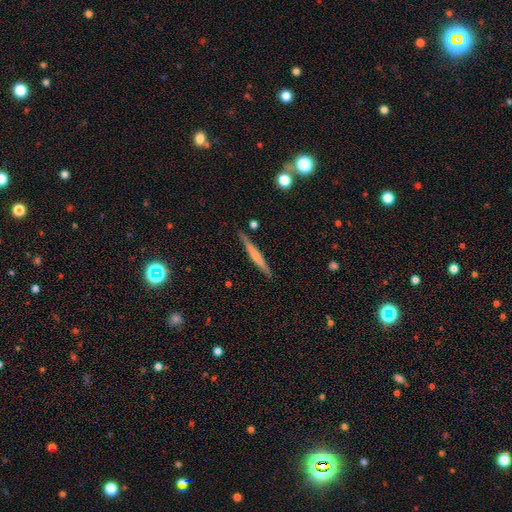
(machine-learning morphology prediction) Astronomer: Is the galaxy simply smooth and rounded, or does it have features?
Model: featured or disk — 50% (runner-up: smooth, 44%).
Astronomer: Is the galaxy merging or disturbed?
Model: none — 87%.